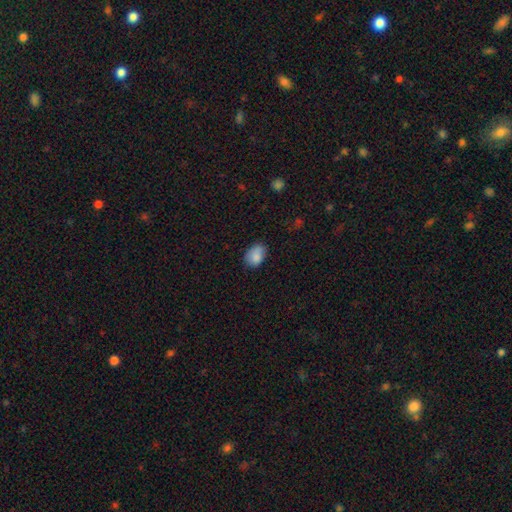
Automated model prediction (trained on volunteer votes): A smooth galaxy with no disk features (86%) that is in between round and cigar-shaped (78%).

Vote fractions:
- Smooth or featured? smooth: 86% / star or artifact: 8% / featured or disk: 6%
- How rounded? in between: 78% / round: 21% / cigar-shaped: 1%
- Merging? none: 71% / minor disturbance: 24% / major disturbance: 4% / merger: 1%